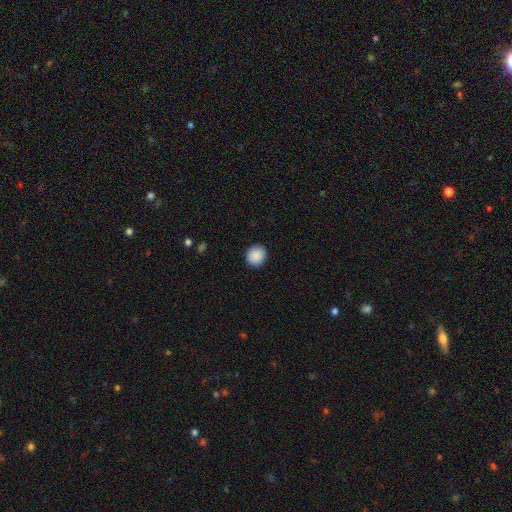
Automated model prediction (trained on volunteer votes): Smooth or featured? smooth (90%)
How rounded? round (88%)
Merging? none (92%)